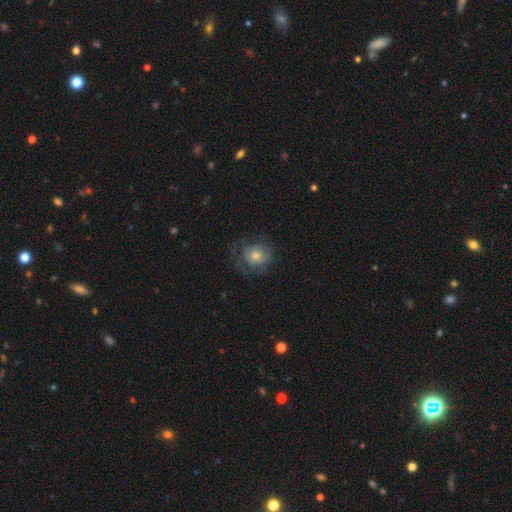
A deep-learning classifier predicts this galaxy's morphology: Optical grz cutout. It shows a smooth galaxy with no disk features (52%) that is round (83%). Merging: none (64%).